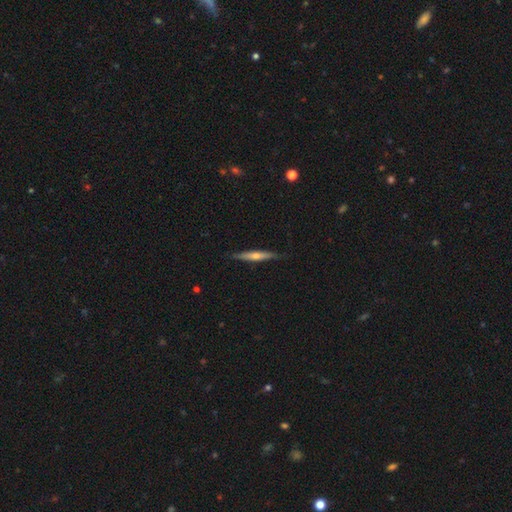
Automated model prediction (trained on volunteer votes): Smooth or featured? featured or disk (59%)
Edge-on disk? yes (96%)
Edge-on bulge? rounded (76%)
Merging? none (87%)